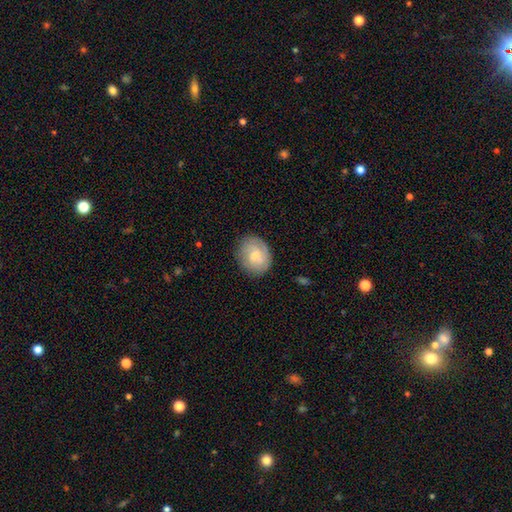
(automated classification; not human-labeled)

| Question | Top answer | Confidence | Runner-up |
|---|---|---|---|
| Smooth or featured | smooth | 58% | featured or disk (35%) |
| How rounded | round | 62% | in between (38%) |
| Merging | none | 80% | minor disturbance (15%) |